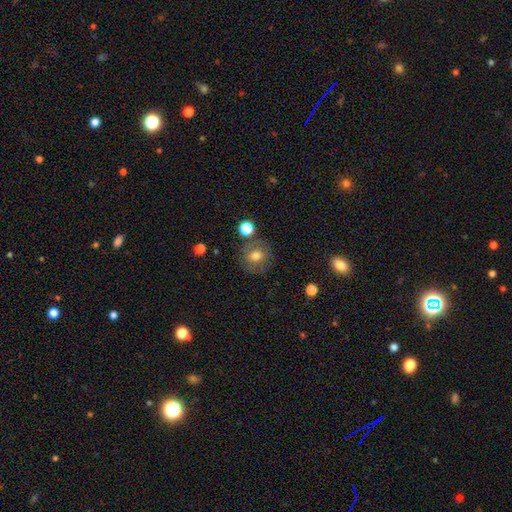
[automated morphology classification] A smooth galaxy with no disk features (72%) that is round (84%).

Vote fractions:
- Smooth or featured? smooth: 72% / featured or disk: 17% / star or artifact: 11%
- How rounded? round: 84% / in between: 15% / cigar-shaped: 1%
- Merging? none: 78% / minor disturbance: 12% / merger: 5% / major disturbance: 5%